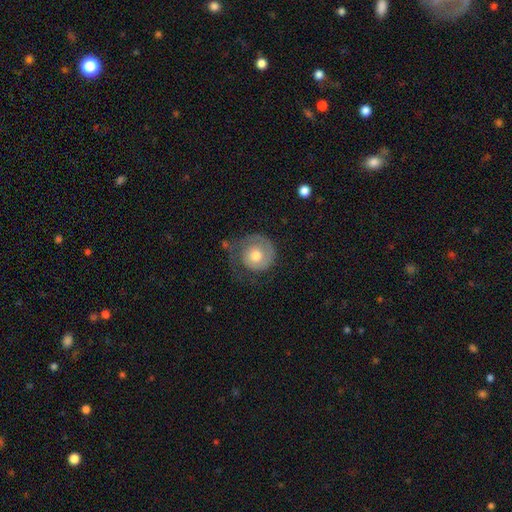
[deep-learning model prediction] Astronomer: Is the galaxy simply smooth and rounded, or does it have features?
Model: featured or disk — 55% (runner-up: smooth, 39%).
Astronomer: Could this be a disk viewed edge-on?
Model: no — 97%.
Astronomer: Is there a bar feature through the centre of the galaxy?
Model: no — 83%.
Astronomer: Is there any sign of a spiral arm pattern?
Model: yes — 81%.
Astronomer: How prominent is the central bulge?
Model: moderate — 69%.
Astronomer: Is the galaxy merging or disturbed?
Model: none — 51%.